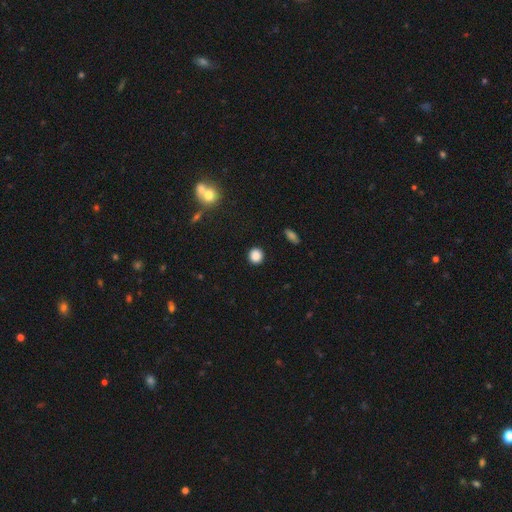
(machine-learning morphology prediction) type=smooth (87%); roundness=round (90%); merging=none (91%).